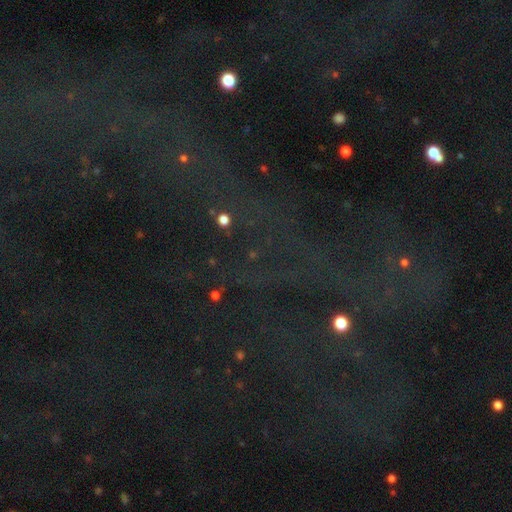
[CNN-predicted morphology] star or artifact 80%, smooth 11%, featured or disk 9%.